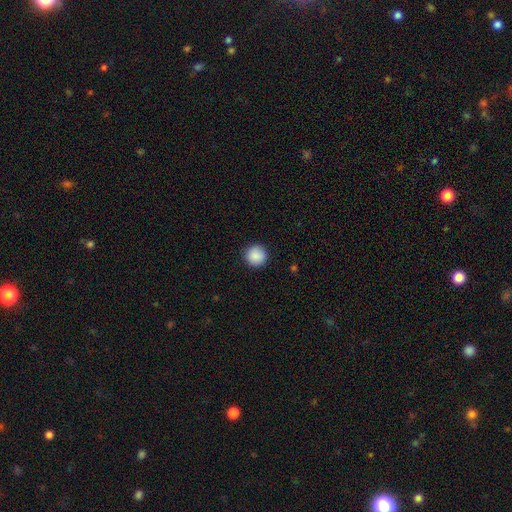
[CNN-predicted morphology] The model was most divided on "smooth or featured": smooth: 88%, star or artifact: 8%, featured or disk: 4%. More confident: how rounded — round (96%); merging — none (92%).